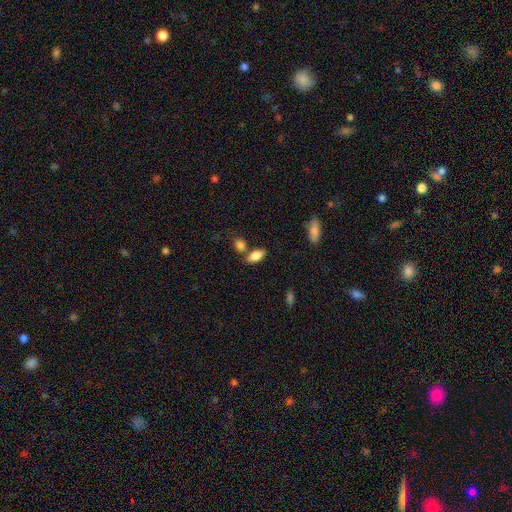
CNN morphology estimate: This appears to be a smooth galaxy with no disk features (86%) that is in between round and cigar-shaped (88%). Merging: none (64%).